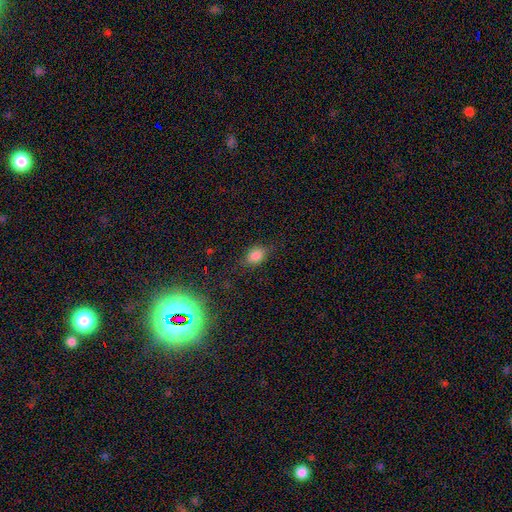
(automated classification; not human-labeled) smooth 80%, star or artifact 13%, featured or disk 7%. Down the decision tree: how rounded — in between (75%); merging — none (76%).